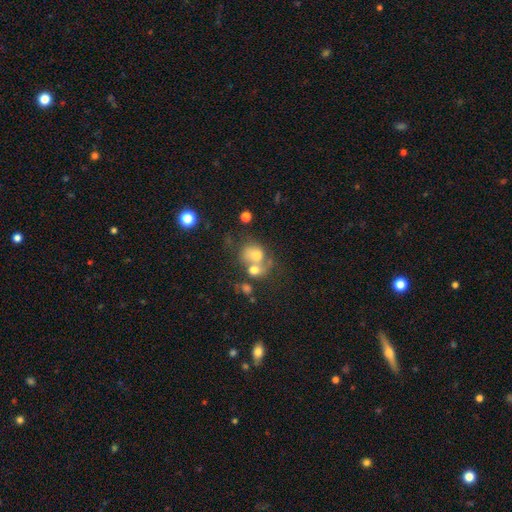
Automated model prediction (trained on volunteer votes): Smooth or featured? smooth (57%)
How rounded? round (56%)
Merging? merger (53%)